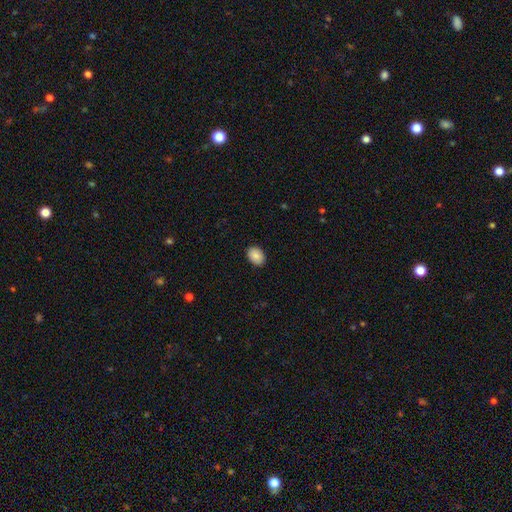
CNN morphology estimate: smooth 87%, star or artifact 7%, featured or disk 6%. Down the decision tree: how rounded — in between (73%); merging — none (89%).